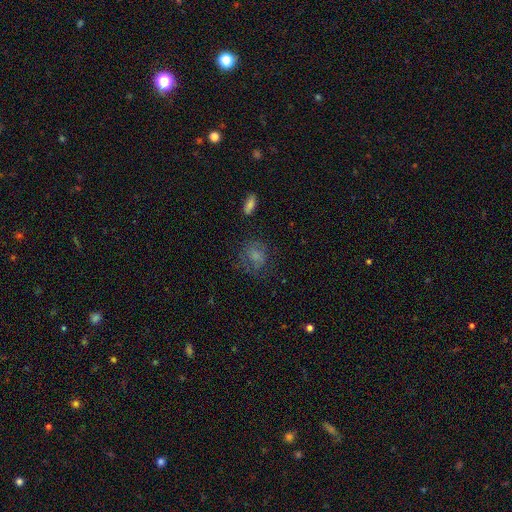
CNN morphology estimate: Q: Smooth or featured?
A: smooth (68%); runner-up: featured or disk (19%)
Q: How rounded?
A: round (66%); runner-up: in between (32%)
Q: Merging?
A: none (59%); runner-up: minor disturbance (22%)